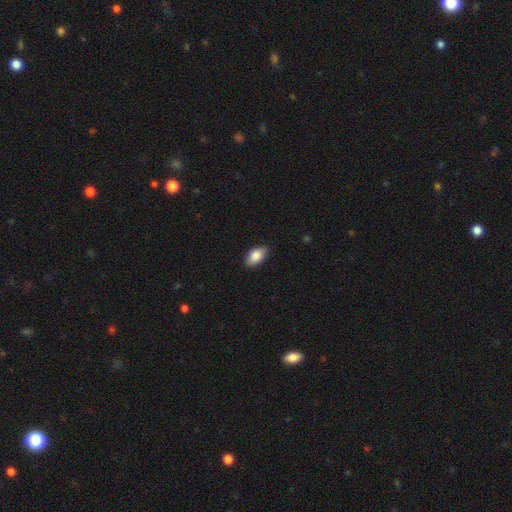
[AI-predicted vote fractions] Morphology: type=smooth (86%); roundness=in between (93%); merging=none (86%).